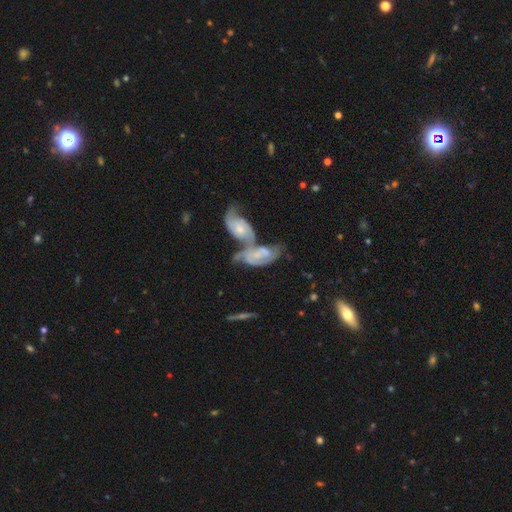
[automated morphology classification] This is likely a featured or disk galaxy (77%). It is clearly not viewed edge-on (94%). Bar: possibly no (56%). Spiral arm pattern: clearly yes (91%). Spiral arm count: likely 2 (66%). Spiral winding: marginally medium (44%). Central bulge: possibly small (53%). Merging: likely merger (73%).